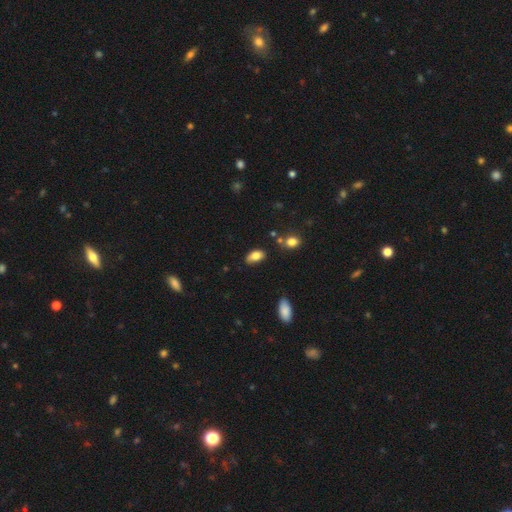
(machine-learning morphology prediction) Smooth or featured? smooth (82%)
How rounded? in between (91%)
Merging? none (70%)